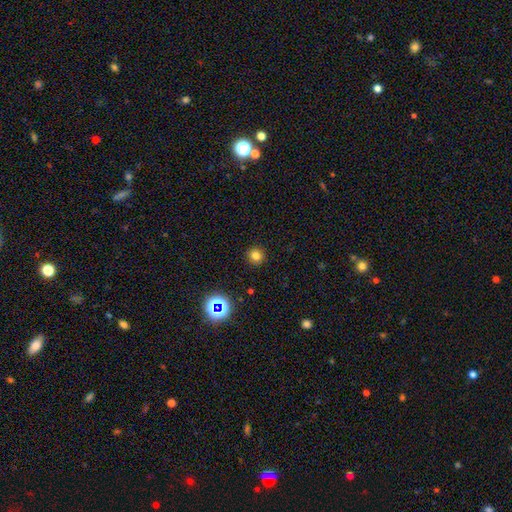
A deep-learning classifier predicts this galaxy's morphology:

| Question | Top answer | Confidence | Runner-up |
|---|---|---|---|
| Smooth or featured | smooth | 75% | star or artifact (18%) |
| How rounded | round | 93% | in between (6%) |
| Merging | none | 91% | minor disturbance (6%) |